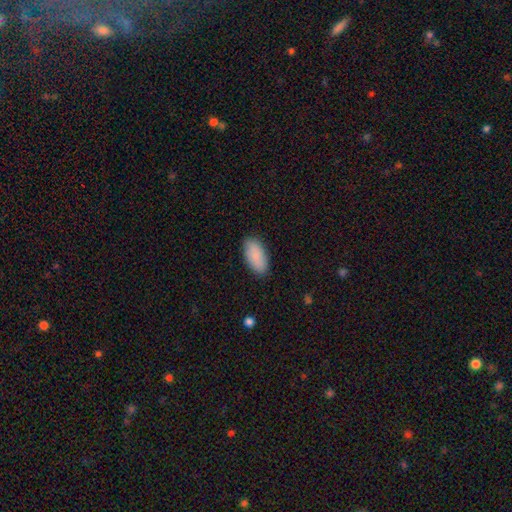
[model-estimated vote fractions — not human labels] A smooth galaxy with no disk features (87%) that is in between round and cigar-shaped (93%).

Vote fractions:
- Smooth or featured? smooth: 87% / featured or disk: 7% / star or artifact: 6%
- How rounded? in between: 93% / cigar-shaped: 4% / round: 2%
- Merging? none: 86% / minor disturbance: 10% / major disturbance: 2% / merger: 1%